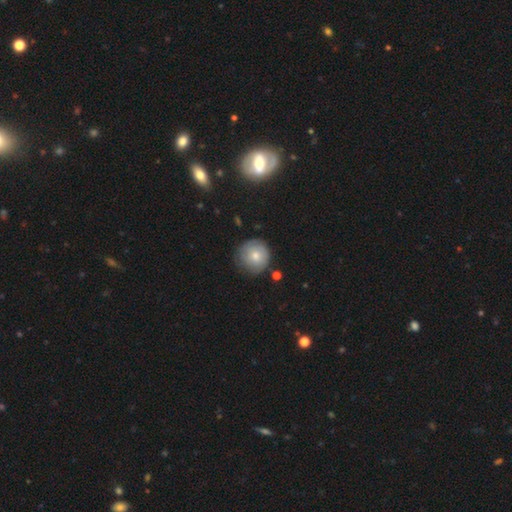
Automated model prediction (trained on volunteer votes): Overall: smooth (73%). How rounded: round (93%). Merging: none (74%).